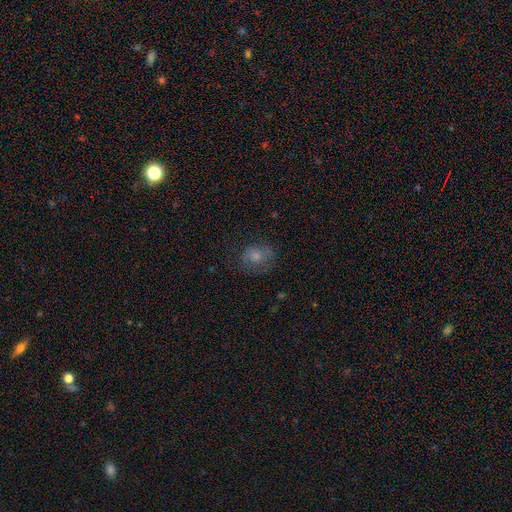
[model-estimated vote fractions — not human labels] This is possibly a smooth galaxy (56%). How rounded: possibly round (60%). Merging: likely none (68%).